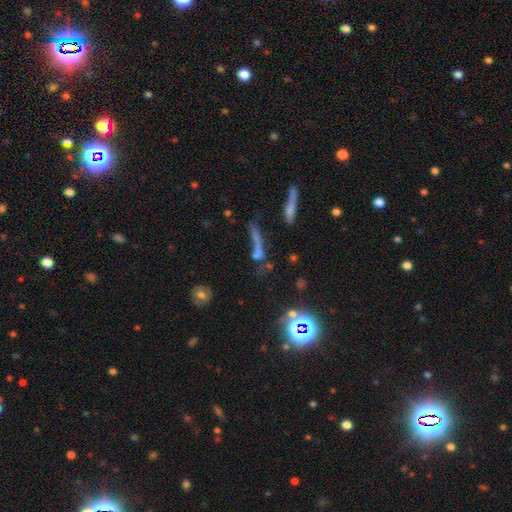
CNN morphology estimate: This is marginally a star or artifact rather than a galaxy (39%).